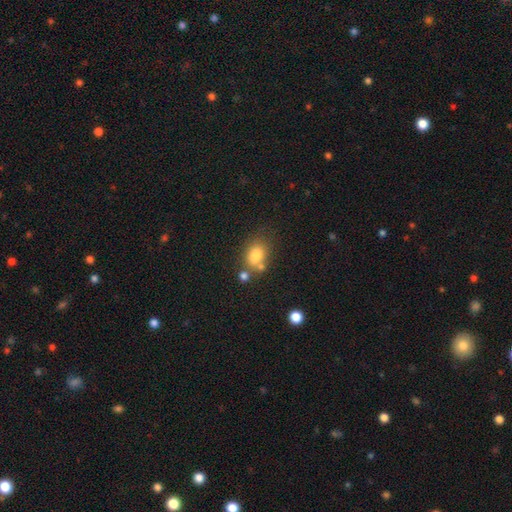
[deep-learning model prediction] Smooth or featured?
  - smooth: 79% *
  - star or artifact: 11%
  - featured or disk: 10%
How rounded?
  - in between: 68% *
  - round: 30%
  - cigar-shaped: 2%
Merging?
  - none: 51% *
  - merger: 26%
  - minor disturbance: 17%
  - major disturbance: 7%